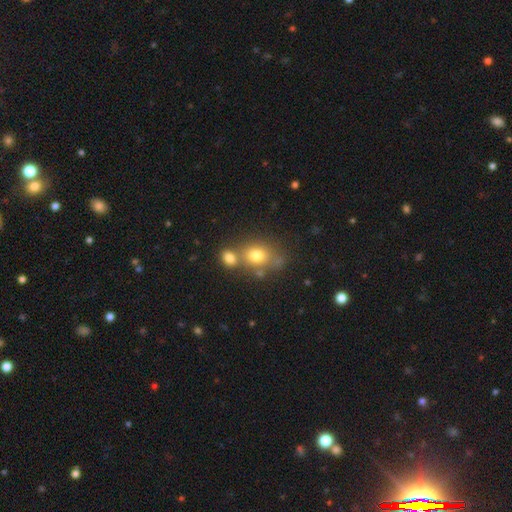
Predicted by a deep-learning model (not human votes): Q: Smooth or featured?
A: smooth (74%); runner-up: featured or disk (14%)
Q: How rounded?
A: in between (55%); runner-up: round (43%)
Q: Merging?
A: none (44%); runner-up: merger (38%)